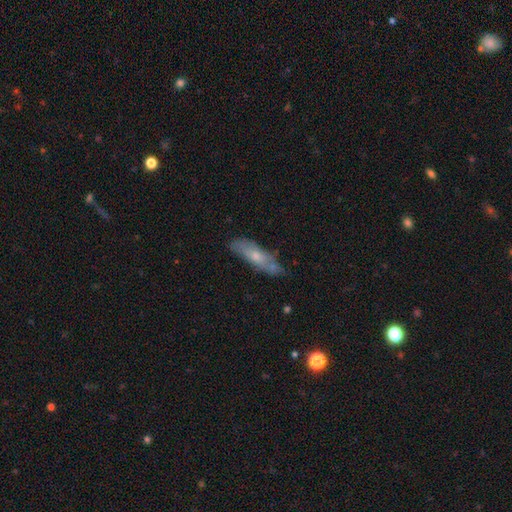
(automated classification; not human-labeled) A smooth galaxy with no disk features (55%) that is cigar-shaped (57%). Merging: none (63%).